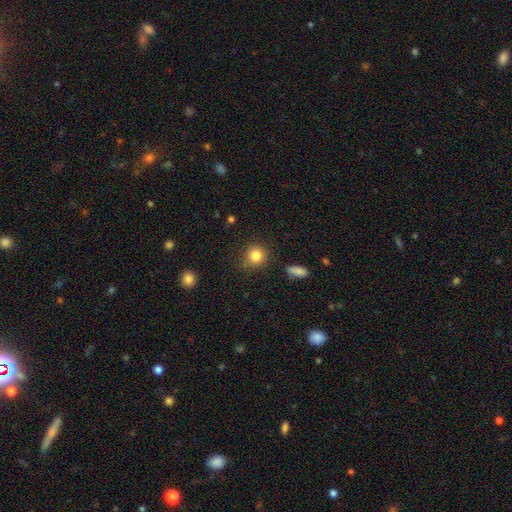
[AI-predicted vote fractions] A smooth galaxy with no disk features (84%) that is round (89%). Merging: none (83%).